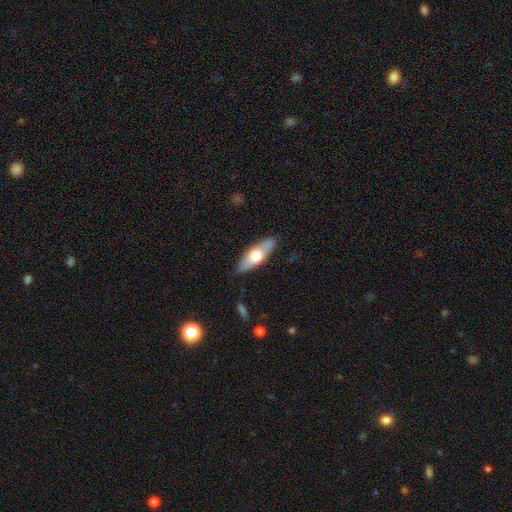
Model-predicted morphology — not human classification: This appears to be a smooth galaxy with no disk features (52%) that is in between round and cigar-shaped (59%). Merging: none (84%).